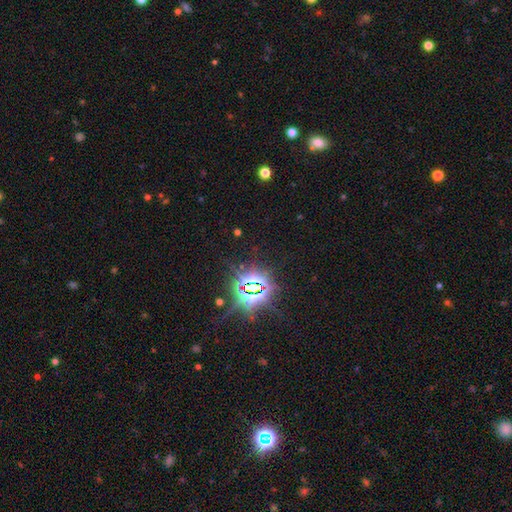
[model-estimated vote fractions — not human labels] The model was most divided on "smooth or featured": star or artifact: 84%, smooth: 9%, featured or disk: 7%.